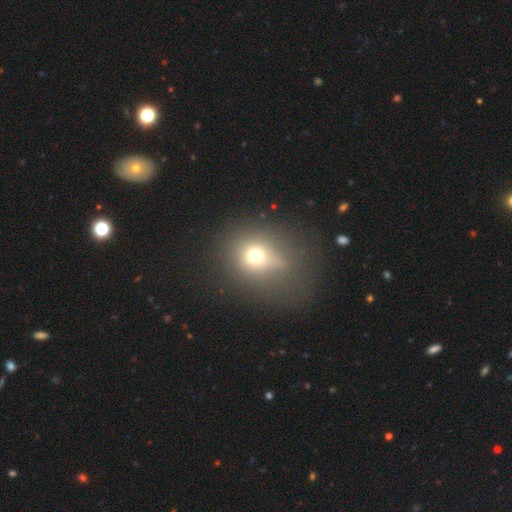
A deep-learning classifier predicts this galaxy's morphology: A smooth galaxy with no disk features (65%) that is round (69%).

Vote fractions:
- Smooth or featured? smooth: 65% / star or artifact: 18% / featured or disk: 16%
- How rounded? round: 69% / in between: 29% / cigar-shaped: 1%
- Merging? none: 57% / minor disturbance: 20% / major disturbance: 20% / merger: 3%